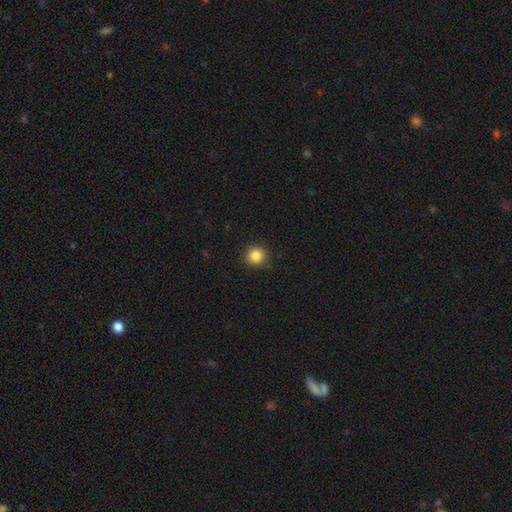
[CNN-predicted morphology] smooth_or_featured: smooth (p=0.85) [alt: star or artifact p=0.11]
how_rounded: round (p=0.94) [alt: in between p=0.05]
merging: none (p=0.90) [alt: minor disturbance p=0.07]